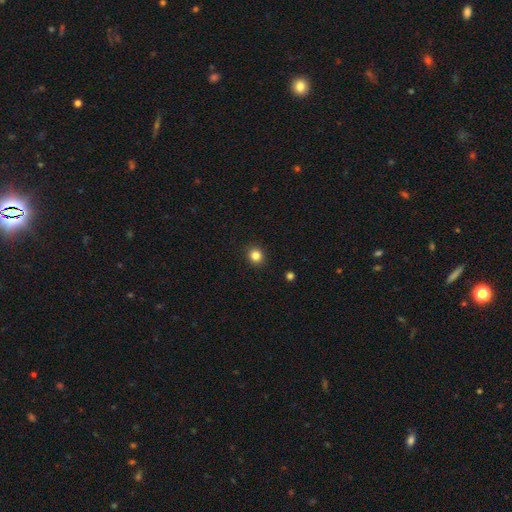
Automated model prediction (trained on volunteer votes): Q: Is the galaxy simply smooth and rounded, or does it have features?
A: smooth — 84%.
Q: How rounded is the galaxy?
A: round — 88%.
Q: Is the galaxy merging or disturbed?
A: none — 91%.